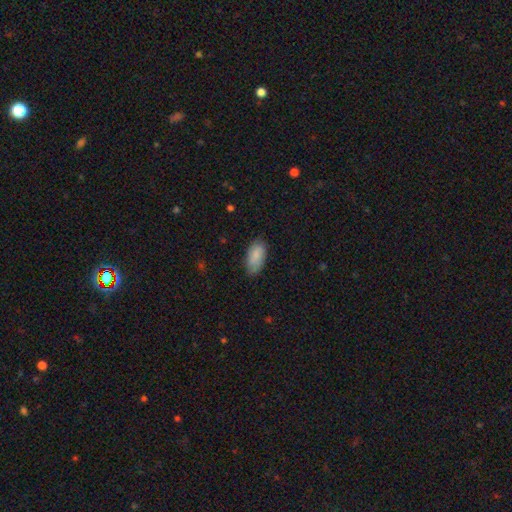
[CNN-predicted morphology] Smooth or featured: smooth — 84% (featured or disk — 10%)
How rounded: in between — 93% (cigar-shaped — 5%)
Merging: none — 74% (minor disturbance — 21%)